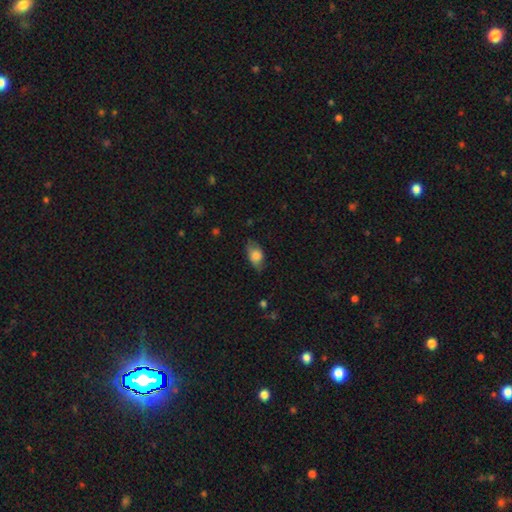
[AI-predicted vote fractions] Smooth or featured?
  - smooth: 76% *
  - featured or disk: 17%
  - star or artifact: 8%
How rounded?
  - in between: 87% *
  - round: 9%
  - cigar-shaped: 4%
Merging?
  - none: 68% *
  - minor disturbance: 25%
  - major disturbance: 6%
  - merger: 1%